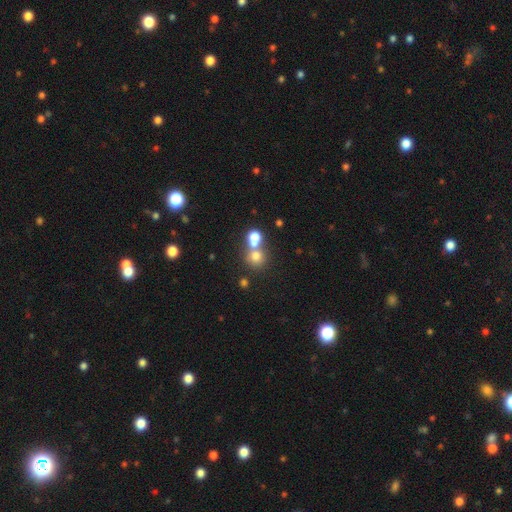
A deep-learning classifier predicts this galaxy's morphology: Overall: smooth (72%). How rounded: round (81%). Merging: merger (50%; none 40%).